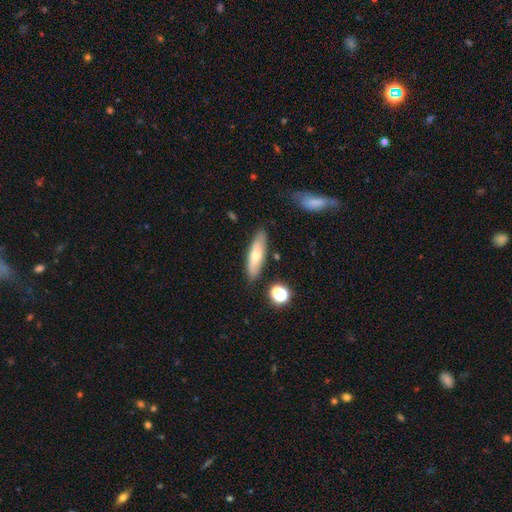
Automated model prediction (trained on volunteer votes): This is likely a smooth galaxy (62%). How rounded: possibly cigar-shaped (57%). Merging: clearly none (84%).